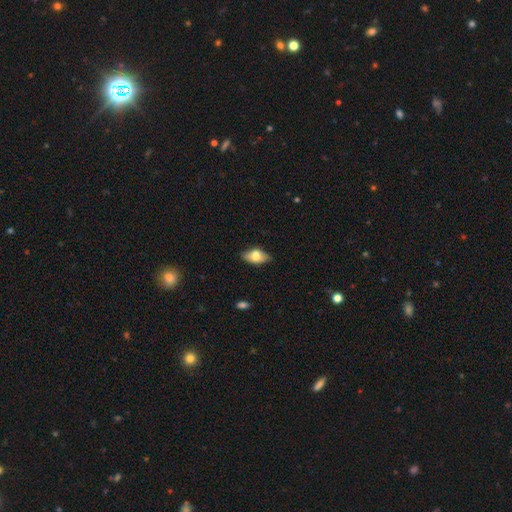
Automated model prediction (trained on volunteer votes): This is likely a smooth galaxy (64%). How rounded: clearly in between (88%). Merging: likely none (79%).